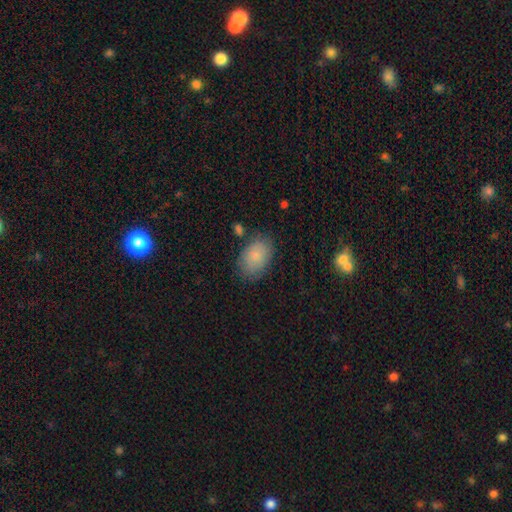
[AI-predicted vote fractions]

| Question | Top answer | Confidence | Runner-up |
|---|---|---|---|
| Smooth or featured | smooth | 82% | featured or disk (10%) |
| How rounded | in between | 87% | round (12%) |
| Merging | none | 77% | minor disturbance (16%) |